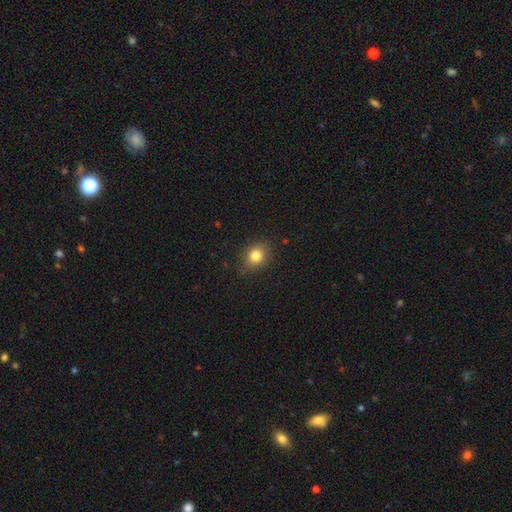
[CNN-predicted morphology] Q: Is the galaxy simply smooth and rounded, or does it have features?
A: smooth — 81%.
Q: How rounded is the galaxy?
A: round — 54%.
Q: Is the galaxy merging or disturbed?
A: none — 80%.